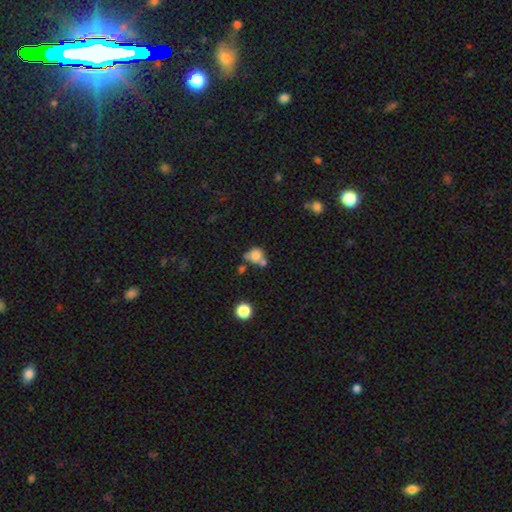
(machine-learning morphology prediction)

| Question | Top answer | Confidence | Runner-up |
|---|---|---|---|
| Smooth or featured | smooth | 73% | featured or disk (15%) |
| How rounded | round | 72% | in between (27%) |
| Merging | merger | 44% | none (35%) |